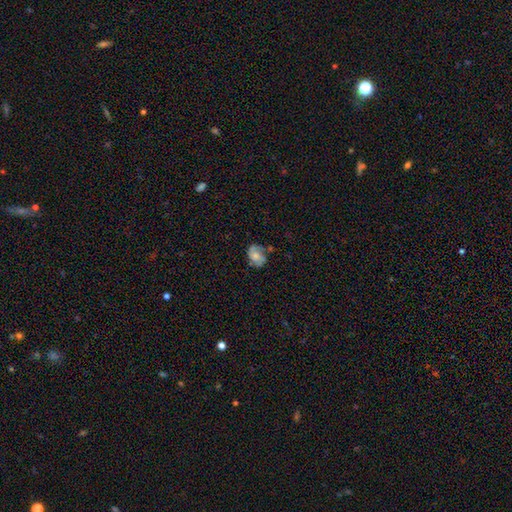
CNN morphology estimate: This is possibly a featured or disk galaxy (51%). It is clearly not viewed edge-on (97%). Bar: likely no (65%). Spiral arm pattern: clearly yes (83%). Central bulge: possibly moderate (47%). Merging: possibly none (59%).